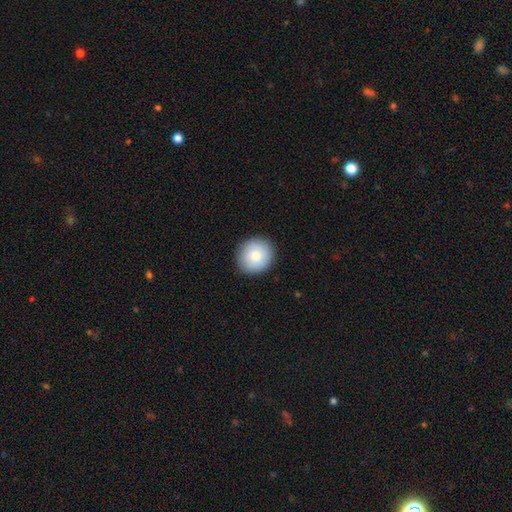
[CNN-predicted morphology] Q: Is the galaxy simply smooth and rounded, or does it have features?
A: smooth — 80%.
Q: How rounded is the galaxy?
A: round — 90%.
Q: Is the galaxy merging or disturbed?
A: none — 90%.